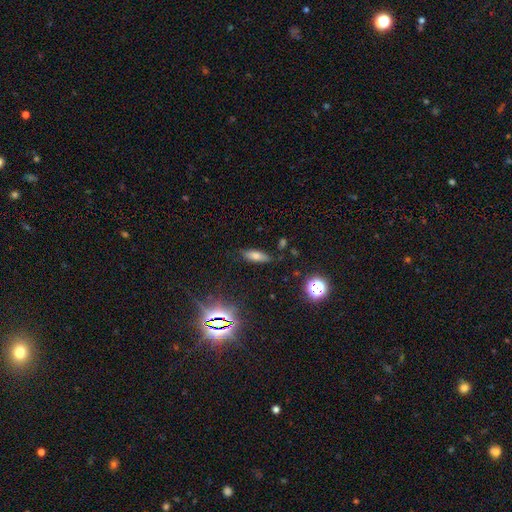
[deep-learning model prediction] Smooth or featured? Predicted: smooth (p=0.67). How rounded? Predicted: in between (p=0.65). Merging? Predicted: none (p=0.80).